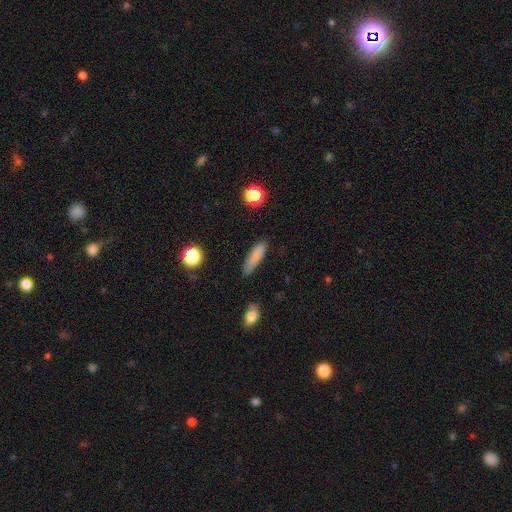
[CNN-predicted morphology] A smooth galaxy with no disk features (83%) that is cigar-shaped (75%). Merging: none (79%).